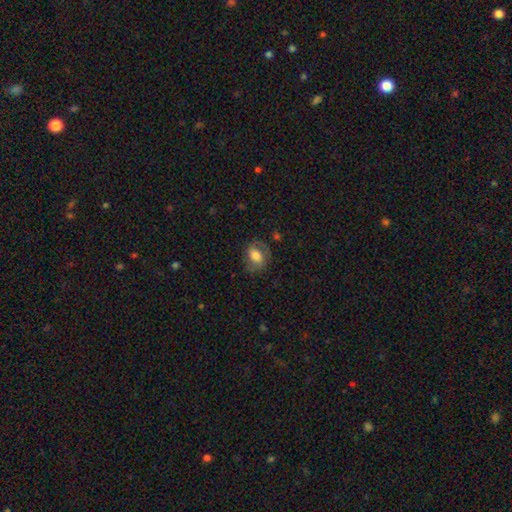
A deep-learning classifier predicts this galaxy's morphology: Smooth or featured?
  - smooth: 53% *
  - featured or disk: 39%
  - star or artifact: 8%
How rounded?
  - in between: 62% *
  - round: 36%
  - cigar-shaped: 1%
Merging?
  - none: 68% *
  - minor disturbance: 19%
  - major disturbance: 11%
  - merger: 1%